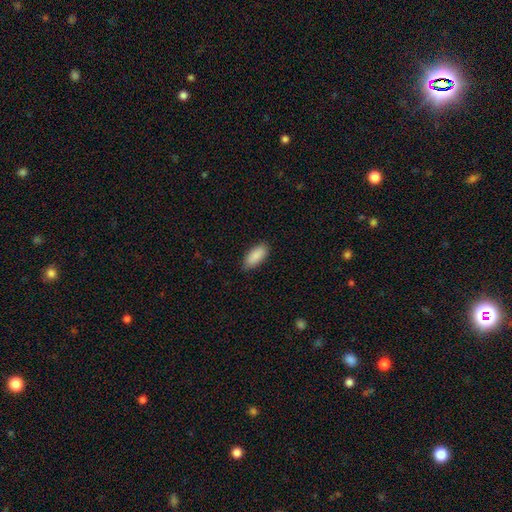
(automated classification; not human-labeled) Smooth or featured?
  - smooth: 89% *
  - star or artifact: 6%
  - featured or disk: 5%
How rounded?
  - in between: 87% *
  - cigar-shaped: 11%
  - round: 2%
Merging?
  - none: 86% *
  - minor disturbance: 11%
  - major disturbance: 2%
  - merger: 1%